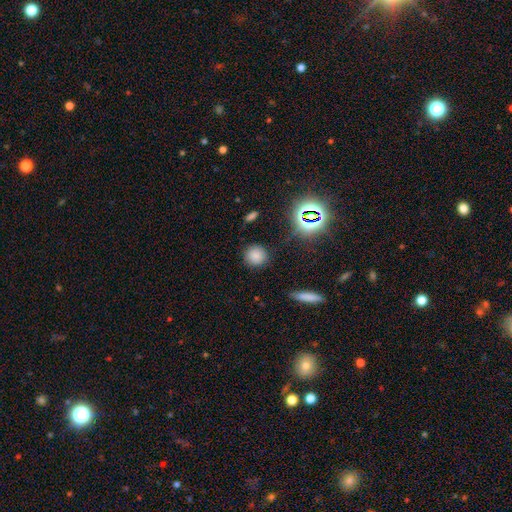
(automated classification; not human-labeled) Smooth or featured: smooth — 76% (star or artifact — 17%)
How rounded: round — 90% (in between — 9%)
Merging: none — 87% (minor disturbance — 9%)